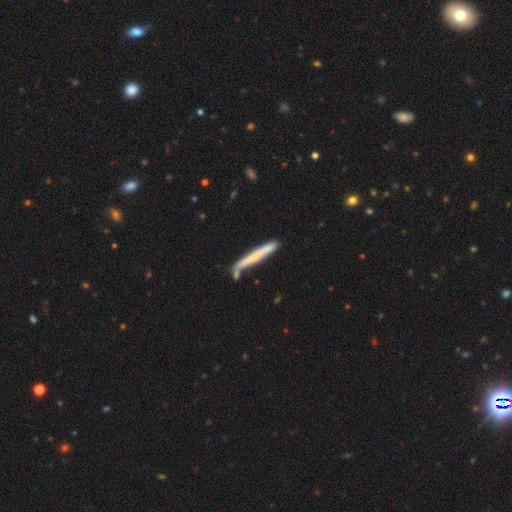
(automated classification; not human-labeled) Smooth or featured?
  - smooth: 57% *
  - featured or disk: 37%
  - star or artifact: 6%
How rounded?
  - cigar-shaped: 96% *
  - in between: 2%
  - round: 1%
Merging?
  - none: 71% *
  - minor disturbance: 17%
  - merger: 8%
  - major disturbance: 4%